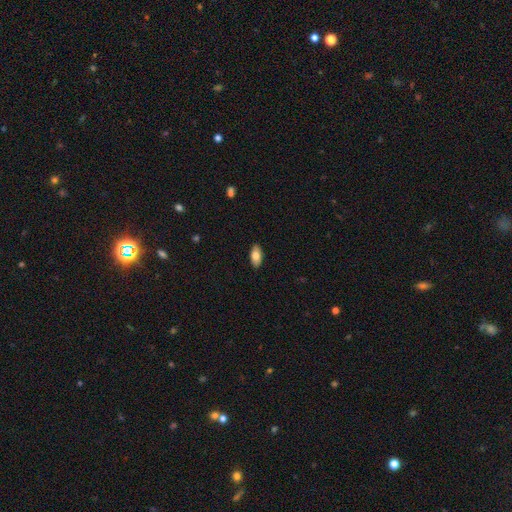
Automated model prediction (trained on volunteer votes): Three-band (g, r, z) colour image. It shows a smooth galaxy with no disk features (79%) that is in between round and cigar-shaped (90%). Merging: none (89%).